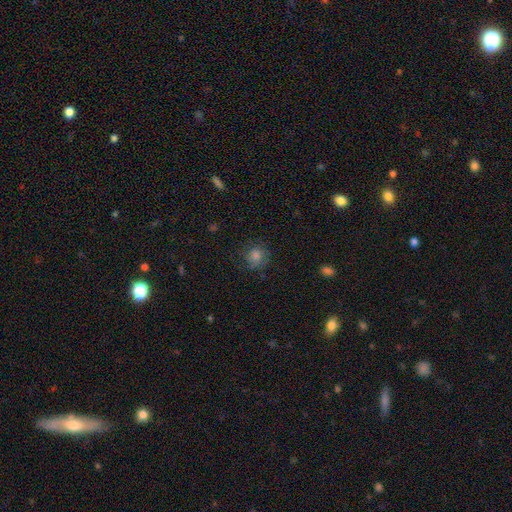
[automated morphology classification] This is likely a smooth galaxy (69%). How rounded: clearly round (86%). Merging: likely none (76%).